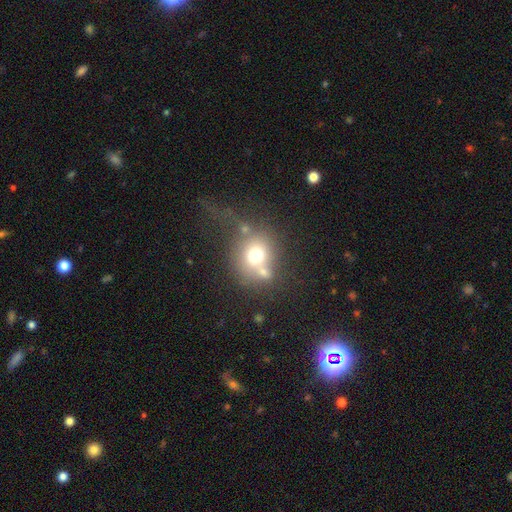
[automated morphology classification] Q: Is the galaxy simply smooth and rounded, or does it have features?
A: smooth — 67%.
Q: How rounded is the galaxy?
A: round — 77%.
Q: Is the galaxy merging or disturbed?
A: none — 46%.